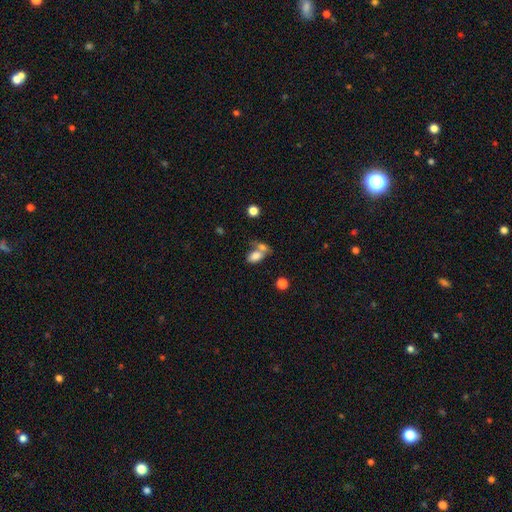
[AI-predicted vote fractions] Smooth or featured?
  - smooth: 78% *
  - featured or disk: 13%
  - star or artifact: 9%
How rounded?
  - in between: 87% *
  - round: 10%
  - cigar-shaped: 3%
Merging?
  - merger: 53% *
  - none: 29%
  - minor disturbance: 11%
  - major disturbance: 8%